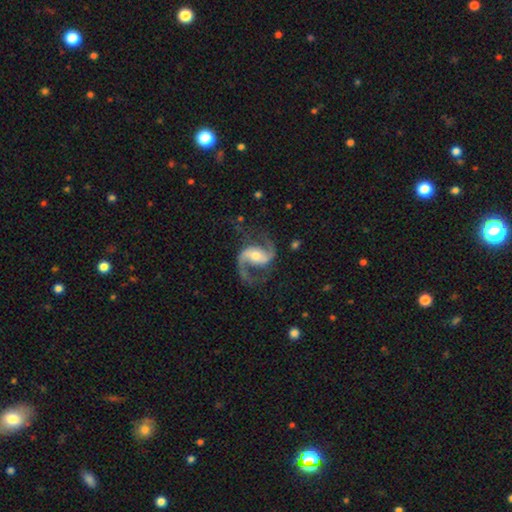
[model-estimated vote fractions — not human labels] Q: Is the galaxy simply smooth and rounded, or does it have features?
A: featured or disk — 92%.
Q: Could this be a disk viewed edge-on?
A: no — 98%.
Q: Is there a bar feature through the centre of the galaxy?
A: weak — 40%.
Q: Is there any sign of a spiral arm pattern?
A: yes — 98%.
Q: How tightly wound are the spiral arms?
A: medium — 47%.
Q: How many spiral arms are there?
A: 2 — 94%.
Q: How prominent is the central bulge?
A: moderate — 61%.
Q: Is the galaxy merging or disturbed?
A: none — 75%.